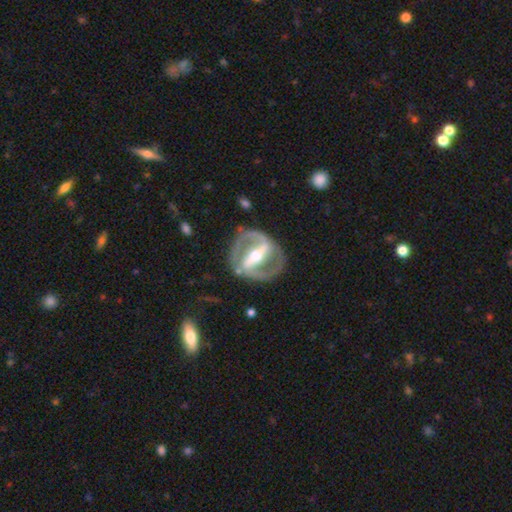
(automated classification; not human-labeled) This is clearly a featured or disk galaxy (87%). It is clearly not viewed edge-on (93%). Bar: likely strong (78%). Spiral arm pattern: likely yes (79%). Spiral arm count: clearly 2 (89%). Spiral winding: possibly medium (47%). Central bulge: likely moderate (64%). Merging: likely none (79%).